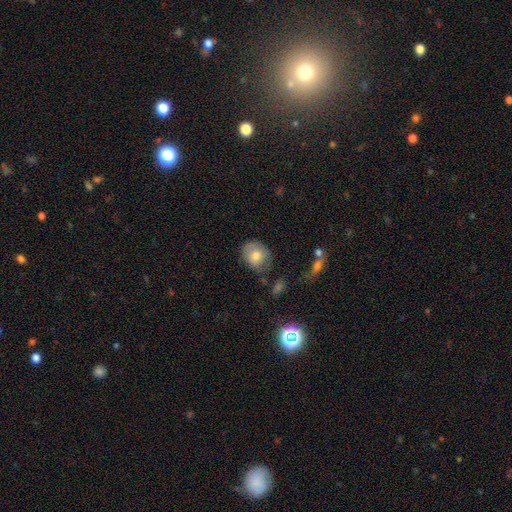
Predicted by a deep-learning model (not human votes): Q: Smooth or featured?
A: smooth (75%); runner-up: featured or disk (17%)
Q: How rounded?
A: round (62%); runner-up: in between (37%)
Q: Merging?
A: none (64%); runner-up: minor disturbance (26%)